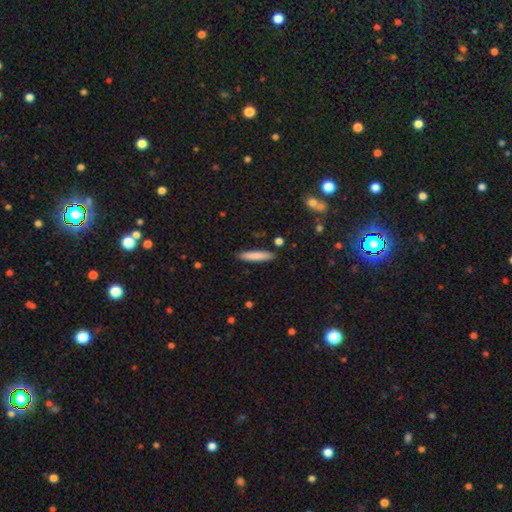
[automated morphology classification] This is clearly a smooth galaxy (81%). How rounded: clearly cigar-shaped (89%). Merging: clearly none (89%).